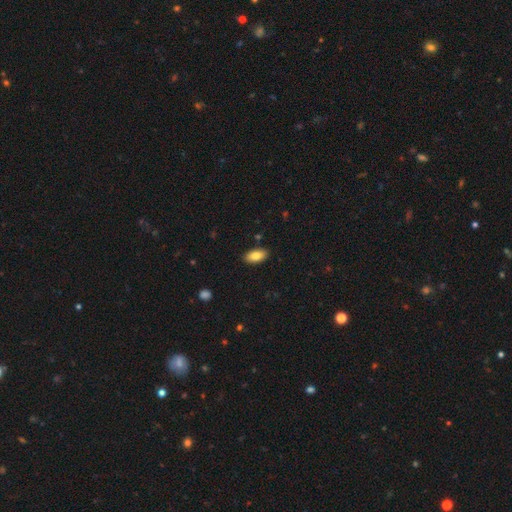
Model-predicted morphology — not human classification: smooth_or_featured: smooth (p=0.83) [alt: featured or disk p=0.11]
how_rounded: in between (p=0.92) [alt: cigar-shaped p=0.05]
merging: none (p=0.88) [alt: minor disturbance p=0.09]